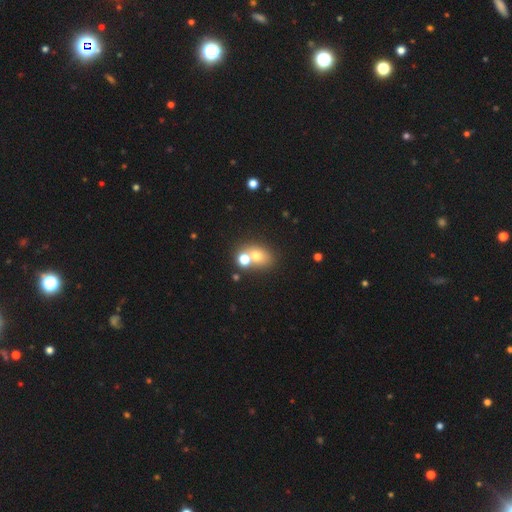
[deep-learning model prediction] This is likely a smooth galaxy (69%). How rounded: possibly round (50%). Merging: possibly none (48%).